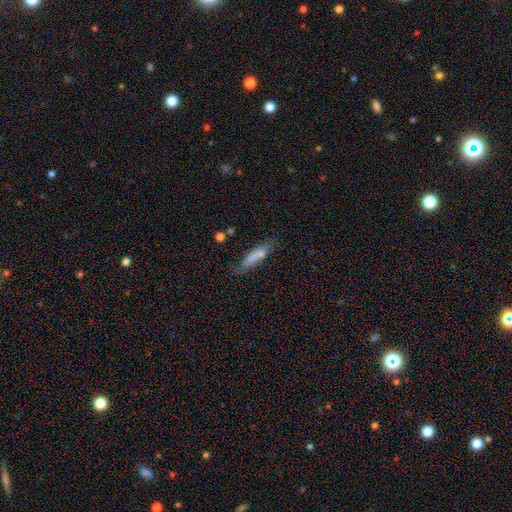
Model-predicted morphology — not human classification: type=smooth (73%); roundness=cigar-shaped (73%); merging=none (61%).